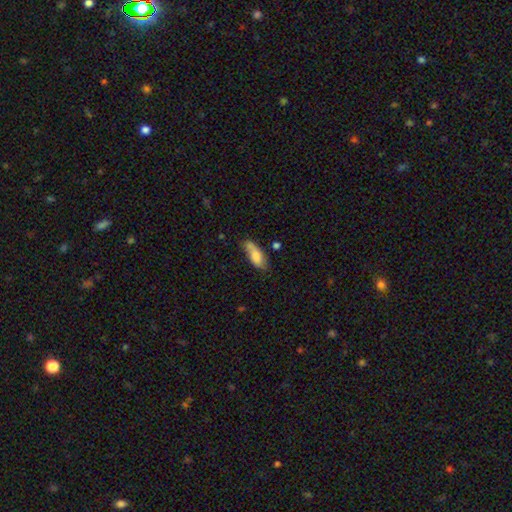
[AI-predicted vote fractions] This appears to be a smooth galaxy with no disk features (76%) that is in between round and cigar-shaped (73%). Merging: none (52%).